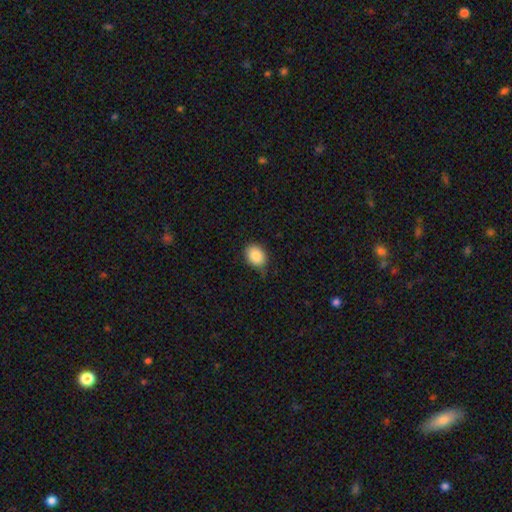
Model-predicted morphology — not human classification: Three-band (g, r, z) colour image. It shows a smooth galaxy with no disk features (87%) that is in between round and cigar-shaped (54%). Merging: none (71%).